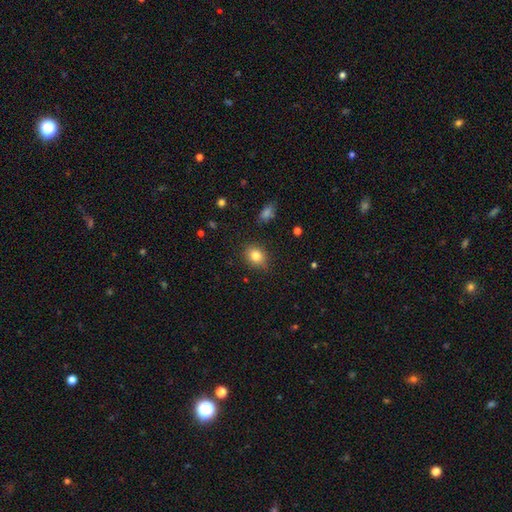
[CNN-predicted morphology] Smooth or featured? Predicted: smooth (p=0.82). How rounded? Predicted: round (p=0.57). Merging? Predicted: none (p=0.84).